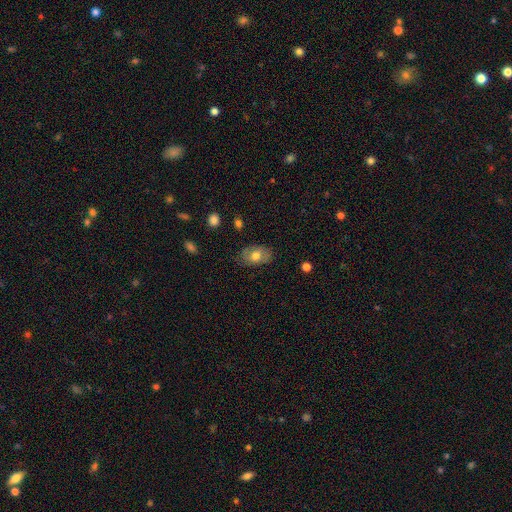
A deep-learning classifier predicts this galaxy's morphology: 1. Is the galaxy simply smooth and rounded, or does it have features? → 67% smooth, 25% featured or disk, 7% star or artifact.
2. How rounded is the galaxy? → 86% in between, 13% round, 1% cigar-shaped.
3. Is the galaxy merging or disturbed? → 78% none, 17% minor disturbance, 4% major disturbance, 1% merger.